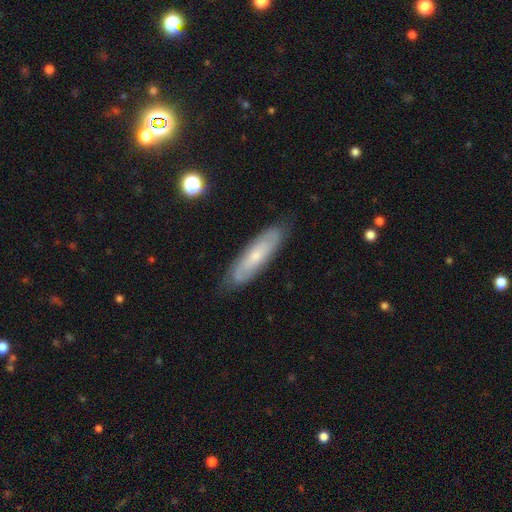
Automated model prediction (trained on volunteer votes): This is possibly a featured or disk galaxy (52%). It is likely not viewed edge-on (66%). Merging: likely none (80%).